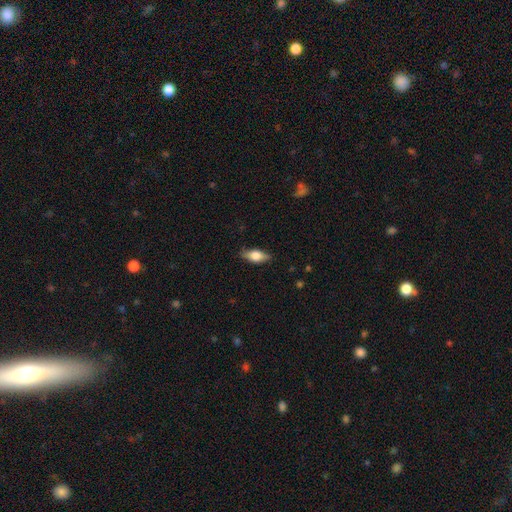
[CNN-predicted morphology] A smooth galaxy with no disk features (64%) that is in between round and cigar-shaped (77%). Merging: none (84%).